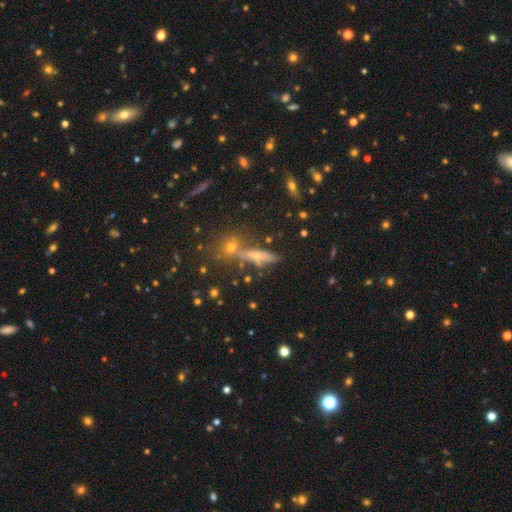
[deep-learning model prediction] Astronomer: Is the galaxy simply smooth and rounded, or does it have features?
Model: smooth — 40% (runner-up: featured or disk, 35%).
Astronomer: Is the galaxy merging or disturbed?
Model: none — 60%.